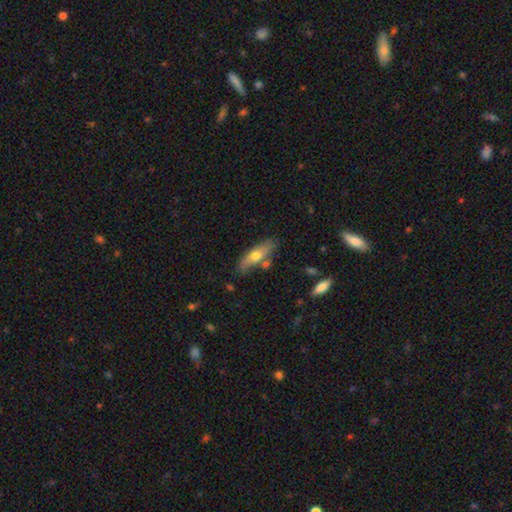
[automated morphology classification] This appears to be a smooth galaxy with no disk features (57%) that is cigar-shaped (52%). Merging: none (71%).